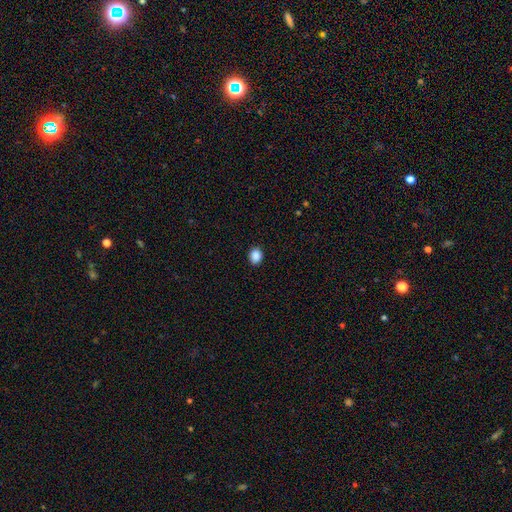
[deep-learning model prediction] The model was most divided on "how rounded": round: 58%, in between: 41%, cigar-shaped: 1%. More confident: merging — none (90%); smooth or featured — smooth (88%).